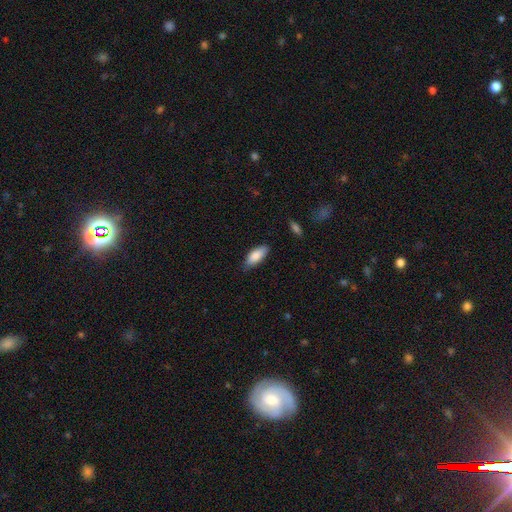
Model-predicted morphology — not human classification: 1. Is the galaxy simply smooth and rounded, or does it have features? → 86% smooth, 8% featured or disk, 6% star or artifact.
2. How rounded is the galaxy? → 82% in between, 17% cigar-shaped, 2% round.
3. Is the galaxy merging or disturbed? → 78% none, 18% minor disturbance, 3% major disturbance, 1% merger.